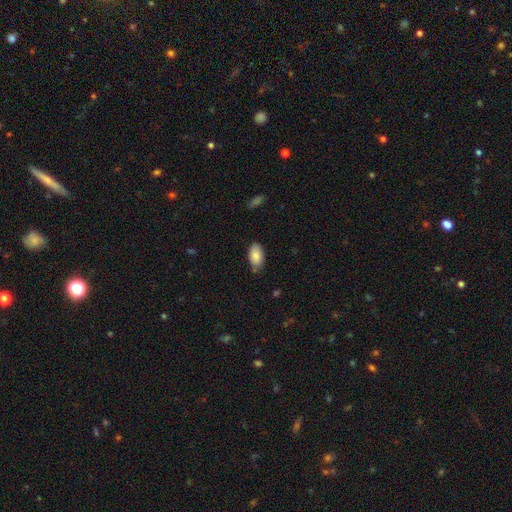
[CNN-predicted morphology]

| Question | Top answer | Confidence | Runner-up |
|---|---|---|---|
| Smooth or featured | smooth | 86% | featured or disk (8%) |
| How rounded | in between | 94% | round (4%) |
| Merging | none | 73% | minor disturbance (21%) |